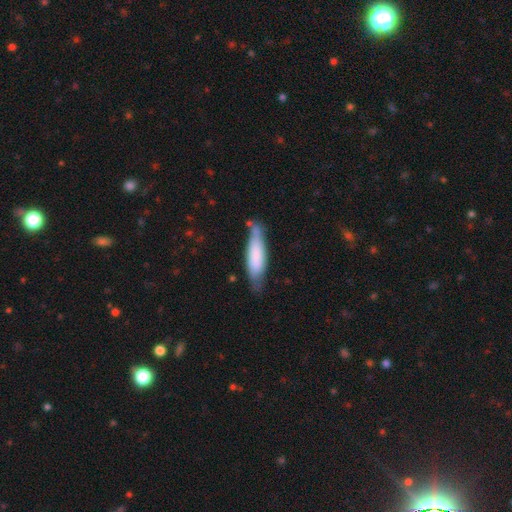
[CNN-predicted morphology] smooth_or_featured: smooth (p=0.75) [alt: featured or disk p=0.19]
how_rounded: cigar-shaped (p=0.63) [alt: in between p=0.35]
merging: none (p=0.62) [alt: minor disturbance p=0.27]